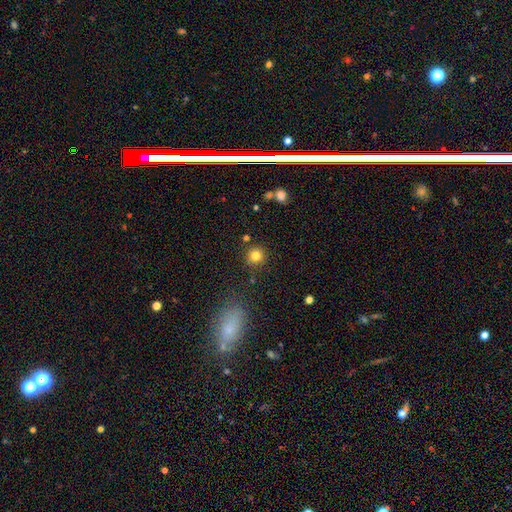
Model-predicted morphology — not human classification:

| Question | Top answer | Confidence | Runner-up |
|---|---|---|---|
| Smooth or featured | smooth | 81% | star or artifact (12%) |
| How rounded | round | 93% | in between (6%) |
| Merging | none | 86% | minor disturbance (8%) |